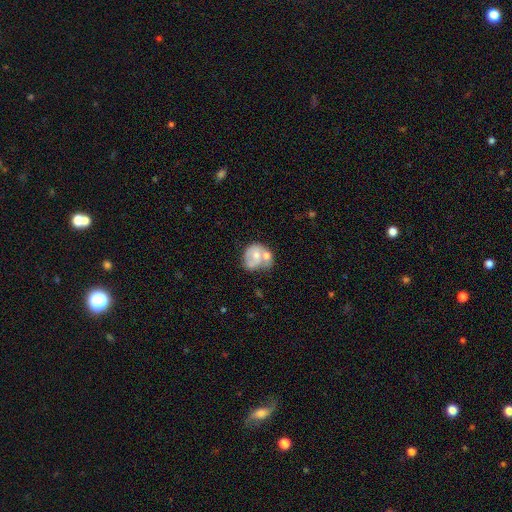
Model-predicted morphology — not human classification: The model was most divided on "smooth or featured": featured or disk: 48%, smooth: 46%, star or artifact: 7%. Remaining: merging — merger (48%).